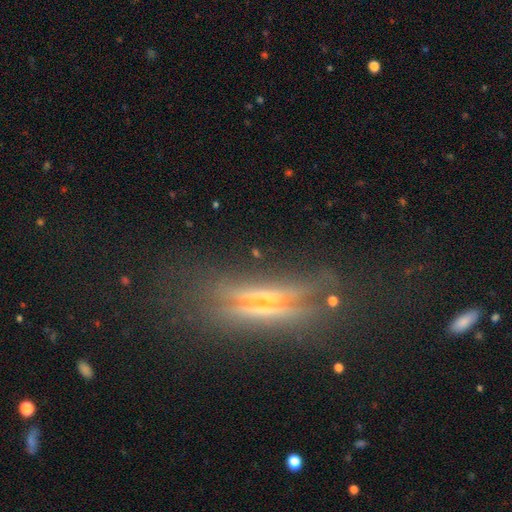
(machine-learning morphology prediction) smooth-or-featured: featured or disk: 69% | smooth: 16% | star or artifact: 15%
  disk-edge-on: yes: 83% | no: 17%
    edge-on-bulge: rounded: 70% | none: 16% | boxy: 14%
  merging: none: 61% | minor disturbance: 18% | major disturbance: 16% | merger: 4%